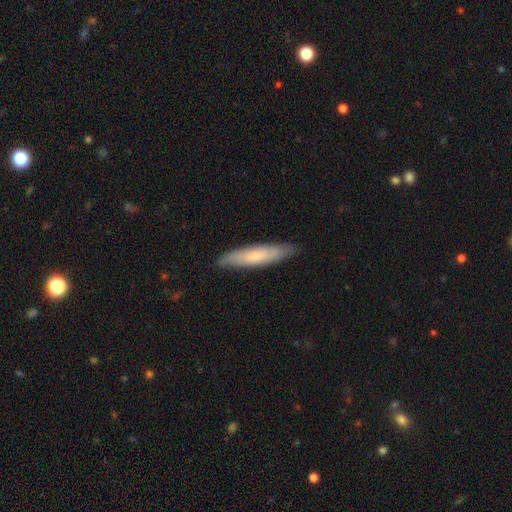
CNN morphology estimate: smooth_or_featured: smooth (p=0.63) [alt: featured or disk p=0.31]
how_rounded: cigar-shaped (p=0.80) [alt: in between p=0.18]
merging: none (p=0.85) [alt: minor disturbance p=0.12]